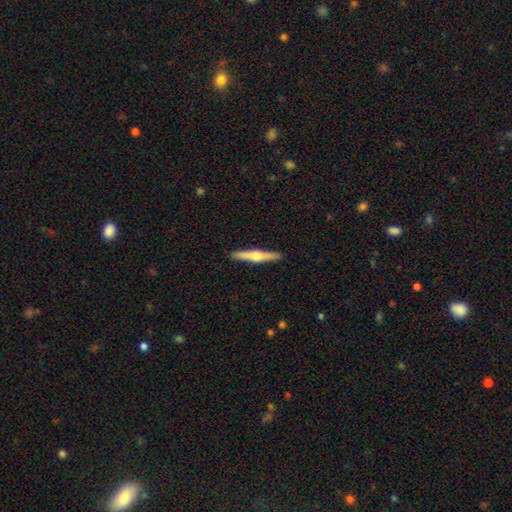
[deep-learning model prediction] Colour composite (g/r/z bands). It shows a featured or disk galaxy (57%) viewed edge-on (97%) with a rounded central bulge (91%). Merging: none (92%).